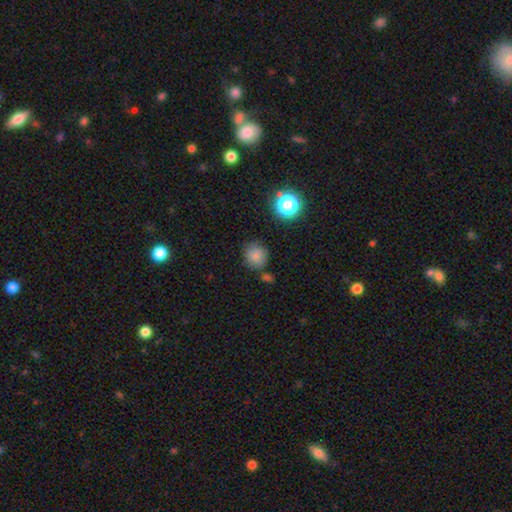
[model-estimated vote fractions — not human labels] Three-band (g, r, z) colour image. It shows a smooth galaxy with no disk features (81%) that is round (89%). Merging: none (74%).